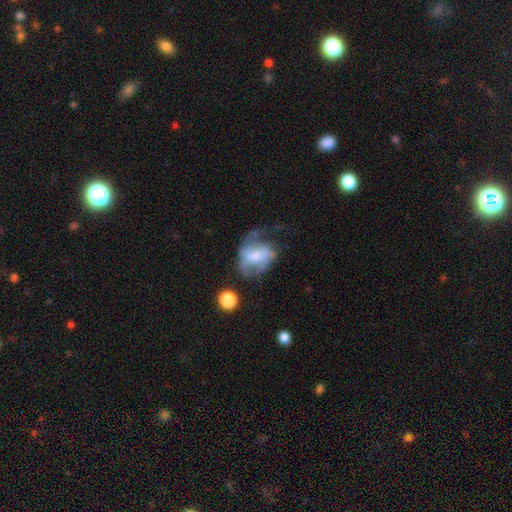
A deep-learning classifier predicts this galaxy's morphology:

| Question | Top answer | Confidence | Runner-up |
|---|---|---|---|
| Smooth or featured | featured or disk | 59% | smooth (33%) |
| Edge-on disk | no | 97% | yes (3%) |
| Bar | no | 50% | weak (38%) |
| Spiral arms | yes | 67% | no (33%) |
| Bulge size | moderate | 38% | small (25%) |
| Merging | major disturbance | 45% | none (27%) |